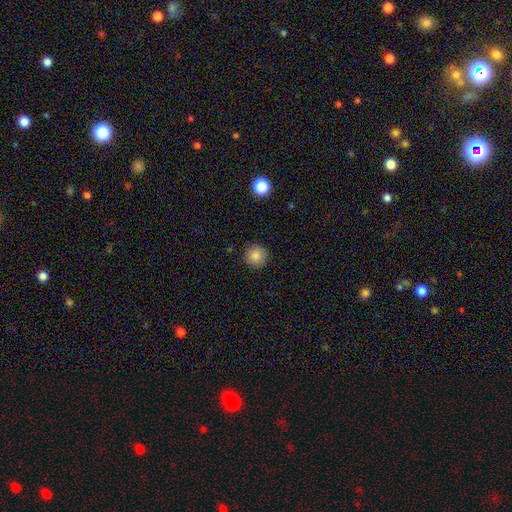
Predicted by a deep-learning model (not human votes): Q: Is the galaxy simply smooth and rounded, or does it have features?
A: smooth — 85%.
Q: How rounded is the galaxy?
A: round — 95%.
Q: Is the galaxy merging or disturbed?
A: none — 90%.